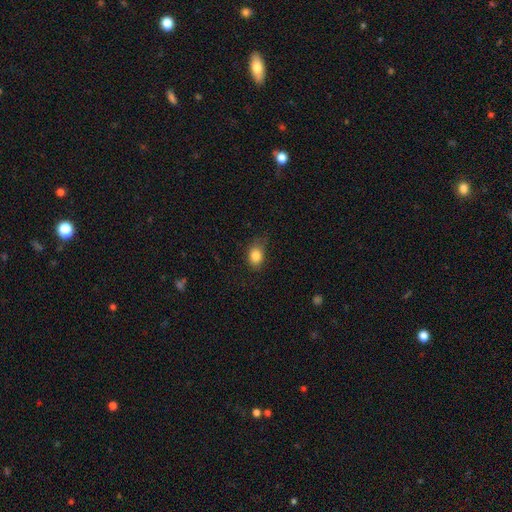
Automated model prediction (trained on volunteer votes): smooth-or-featured: smooth: 84% | star or artifact: 9% | featured or disk: 6%
  how-rounded: in between: 69% | round: 29% | cigar-shaped: 1%
  merging: none: 66% | minor disturbance: 26% | major disturbance: 7% | merger: 1%